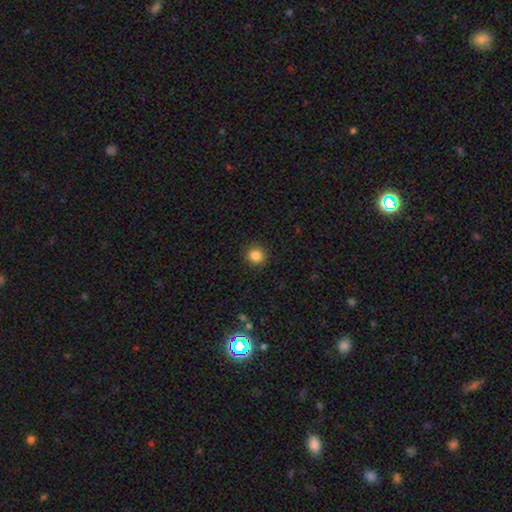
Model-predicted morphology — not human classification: Smooth or featured? Predicted: smooth (p=0.85). How rounded? Predicted: round (p=0.88). Merging? Predicted: none (p=0.91).